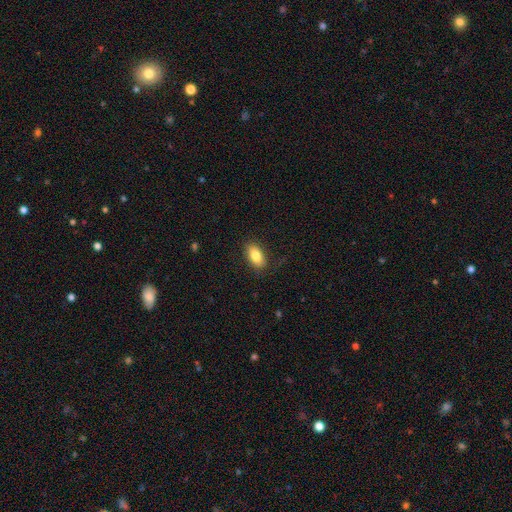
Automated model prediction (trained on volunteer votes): Smooth or featured? smooth (83%)
How rounded? in between (91%)
Merging? none (85%)